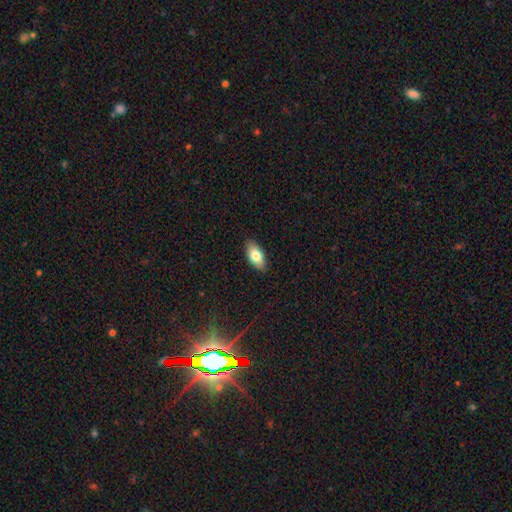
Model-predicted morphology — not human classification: Smooth or featured? Predicted: smooth (p=0.80). How rounded? Predicted: in between (p=0.90). Merging? Predicted: none (p=0.88).